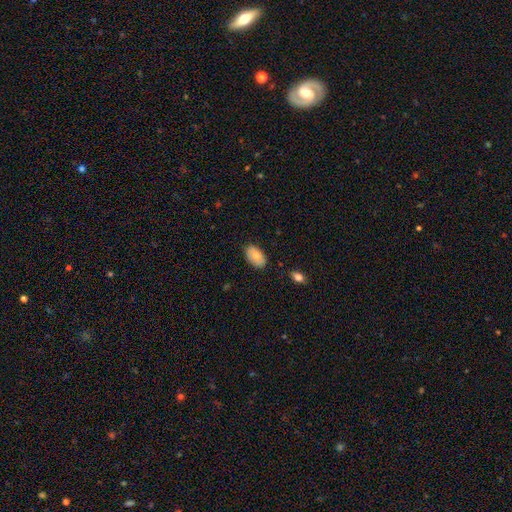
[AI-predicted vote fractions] The model was most divided on "merging": none: 83%, minor disturbance: 14%, major disturbance: 2%, merger: 1%. More confident: how rounded — in between (93%); smooth or featured — smooth (81%).